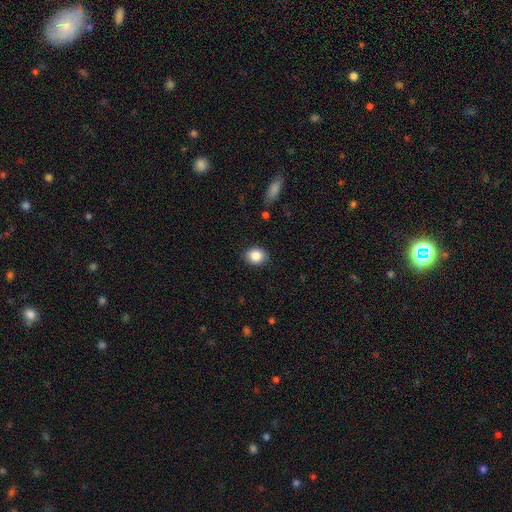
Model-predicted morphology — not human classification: smooth-or-featured: smooth: 85% | star or artifact: 9% | featured or disk: 6%
  how-rounded: round: 63% | in between: 36% | cigar-shaped: 1%
  merging: none: 86% | minor disturbance: 10% | major disturbance: 2% | merger: 1%